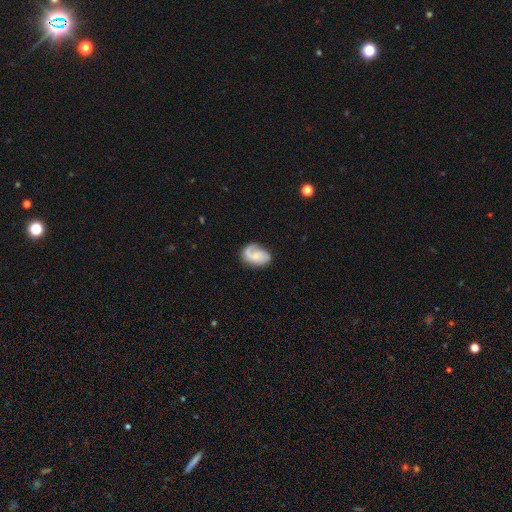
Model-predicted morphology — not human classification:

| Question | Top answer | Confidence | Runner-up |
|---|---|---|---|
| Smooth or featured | featured or disk | 58% | smooth (35%) |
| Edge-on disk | no | 97% | yes (3%) |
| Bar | no | 68% | weak (27%) |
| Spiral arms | yes | 89% | no (11%) |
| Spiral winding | medium | 39% | loose (34%) |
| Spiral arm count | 2 | 45% | 1 (41%) |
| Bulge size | small | 52% | moderate (31%) |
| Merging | none | 61% | minor disturbance (25%) |